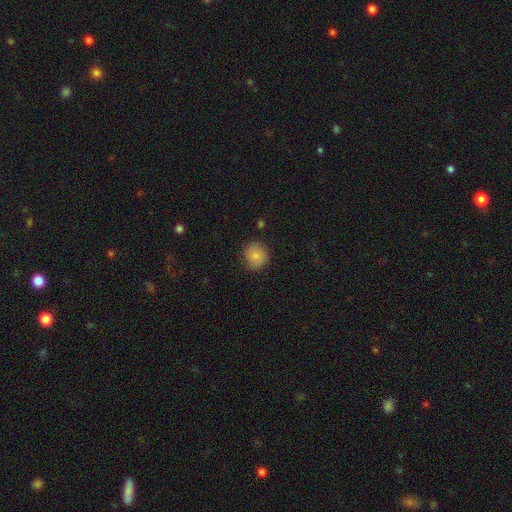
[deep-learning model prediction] This appears to be a smooth galaxy with no disk features (84%) that is round (87%). Merging: none (82%).